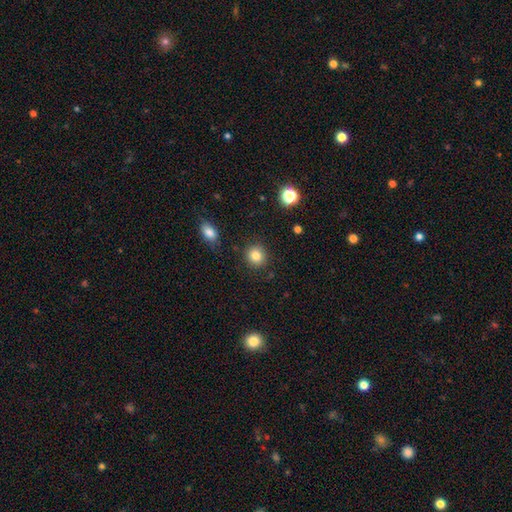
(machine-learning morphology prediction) smooth_or_featured: smooth (p=0.83) [alt: star or artifact p=0.11]
how_rounded: round (p=0.88) [alt: in between p=0.11]
merging: none (p=0.88) [alt: minor disturbance p=0.07]